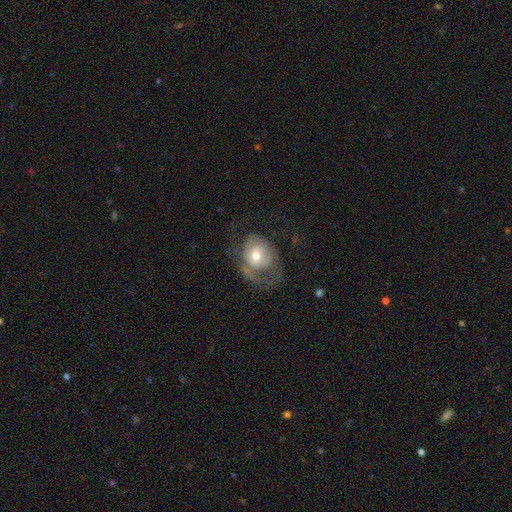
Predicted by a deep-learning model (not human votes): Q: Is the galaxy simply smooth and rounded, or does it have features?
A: featured or disk — 54%.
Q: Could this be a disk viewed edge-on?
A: no — 96%.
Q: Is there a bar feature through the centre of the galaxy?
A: no — 78%.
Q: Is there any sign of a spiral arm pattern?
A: yes — 60%.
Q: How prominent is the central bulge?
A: moderate — 64%.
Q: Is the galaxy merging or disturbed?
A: major disturbance — 46%.